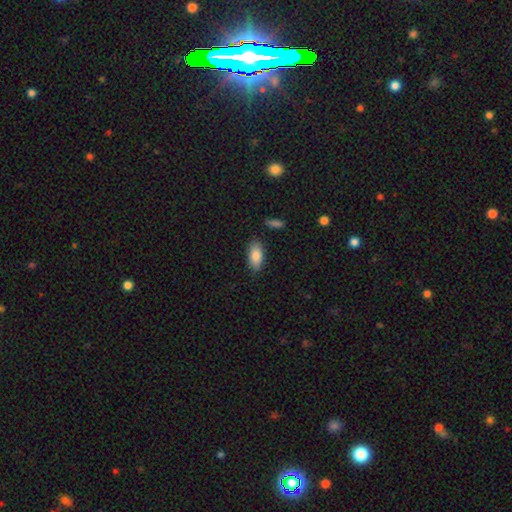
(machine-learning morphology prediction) Smooth or featured: smooth — 84% (featured or disk — 9%)
How rounded: in between — 90% (cigar-shaped — 8%)
Merging: none — 85% (minor disturbance — 11%)